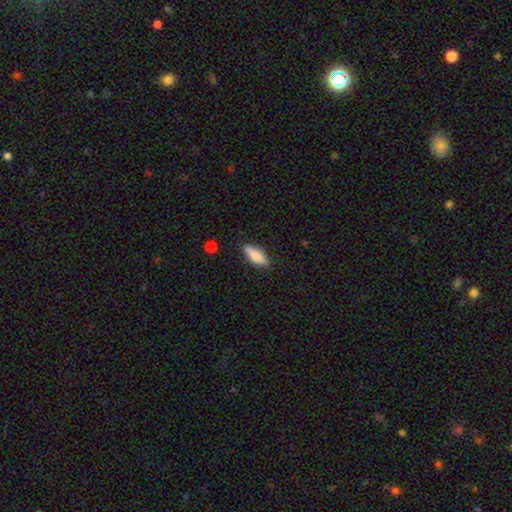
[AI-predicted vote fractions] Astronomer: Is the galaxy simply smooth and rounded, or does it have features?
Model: smooth — 78%.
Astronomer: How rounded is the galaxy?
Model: in between — 53% (runner-up: cigar-shaped, 45%).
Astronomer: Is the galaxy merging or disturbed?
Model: none — 83%.